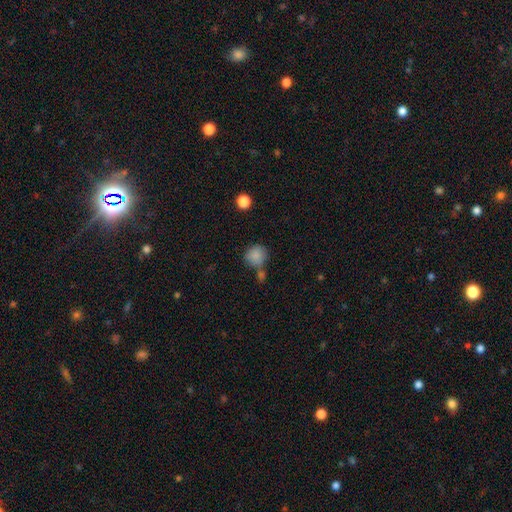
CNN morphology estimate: smooth-or-featured: smooth: 85% | star or artifact: 9% | featured or disk: 5%
  how-rounded: round: 85% | in between: 14% | cigar-shaped: 1%
  merging: none: 58% | merger: 22% | minor disturbance: 15% | major disturbance: 6%